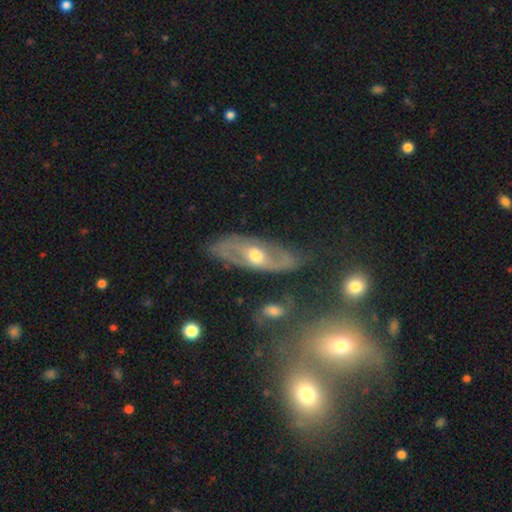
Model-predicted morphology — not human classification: This appears to be a featured or disk galaxy (75%) with no bar (55%), spiral arms (74%) and a moderate central bulge (74%). Merging: none (73%).